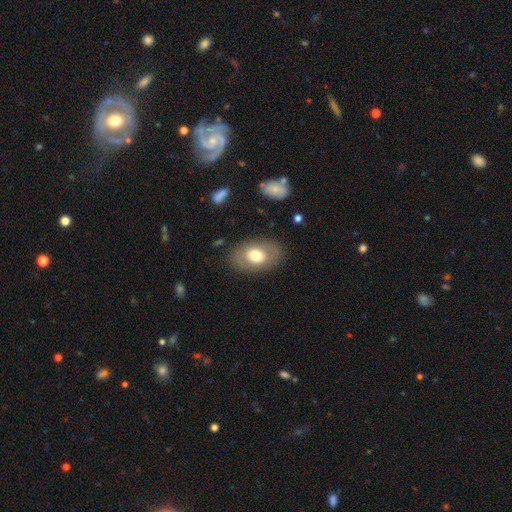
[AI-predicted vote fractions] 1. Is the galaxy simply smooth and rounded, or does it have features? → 60% smooth, 33% featured or disk, 7% star or artifact.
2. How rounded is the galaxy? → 82% in between, 17% round, 1% cigar-shaped.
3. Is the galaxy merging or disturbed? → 81% none, 12% minor disturbance, 5% major disturbance, 1% merger.